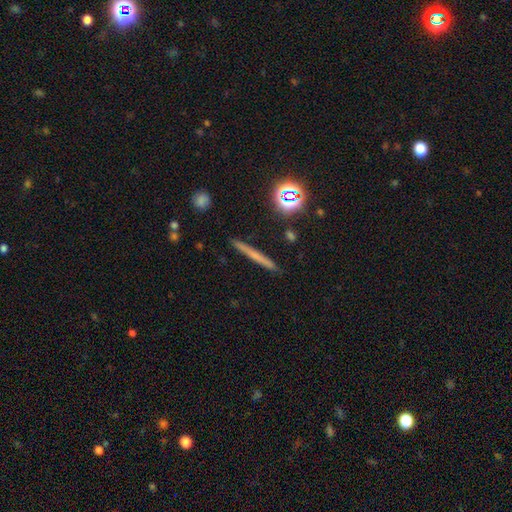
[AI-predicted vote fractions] This appears to be a smooth galaxy with no disk features (50%) that is cigar-shaped (94%). Merging: none (90%).